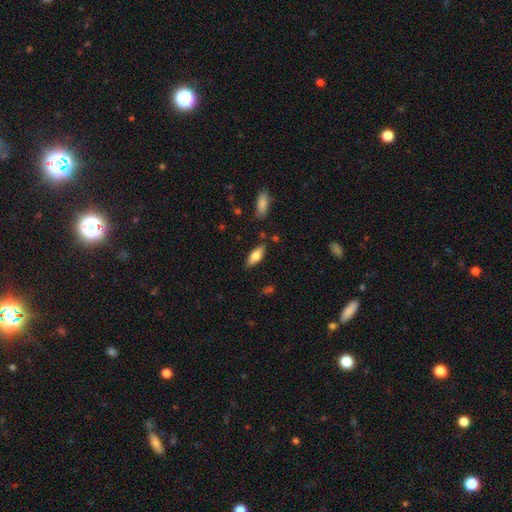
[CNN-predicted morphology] smooth-or-featured: smooth: 70% | featured or disk: 24% | star or artifact: 6%
  how-rounded: in between: 73% | cigar-shaped: 25% | round: 2%
  merging: none: 82% | minor disturbance: 12% | merger: 3% | major disturbance: 3%